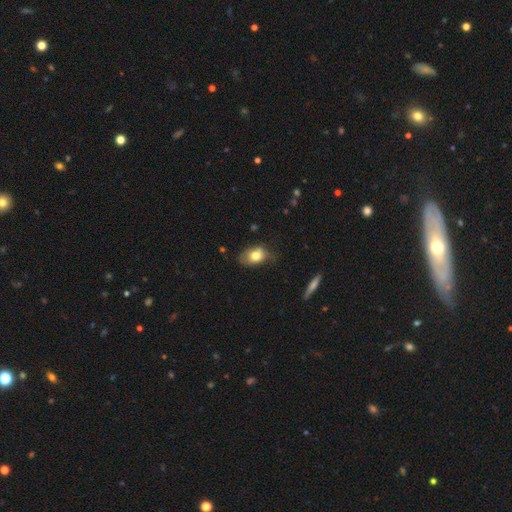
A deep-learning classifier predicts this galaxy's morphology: The model was most divided on "merging": none: 56%, minor disturbance: 32%, major disturbance: 9%, merger: 2%. More confident: how rounded — in between (78%); smooth or featured — smooth (76%).